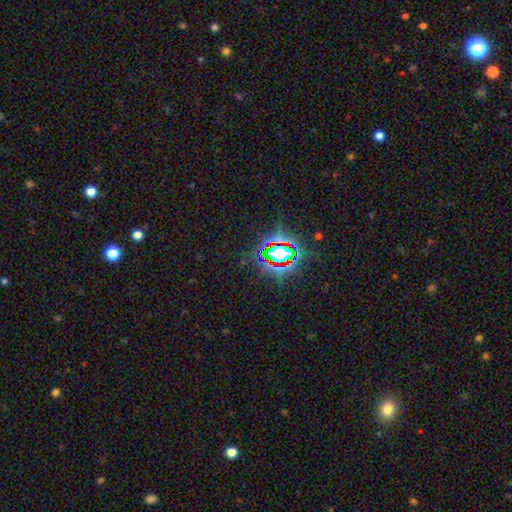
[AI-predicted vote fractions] Smooth or featured? star or artifact (81%)